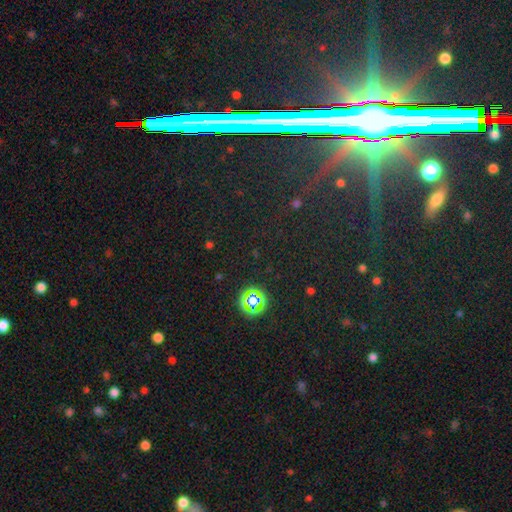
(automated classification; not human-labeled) Smooth or featured: star or artifact — 78% (featured or disk — 13%)